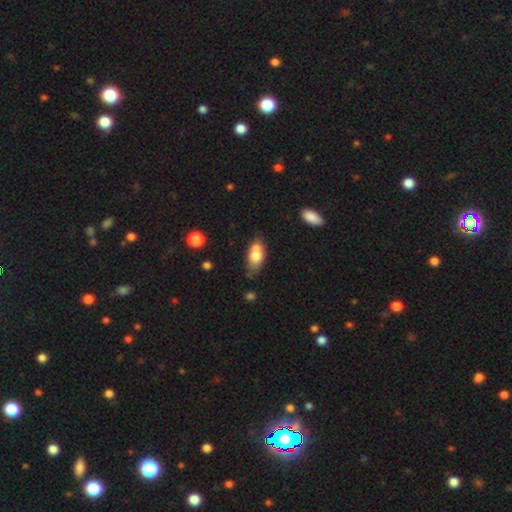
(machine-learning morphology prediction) smooth 72%, featured or disk 20%, star or artifact 8%. Down the decision tree: how rounded — in between (84%); merging — none (46%).